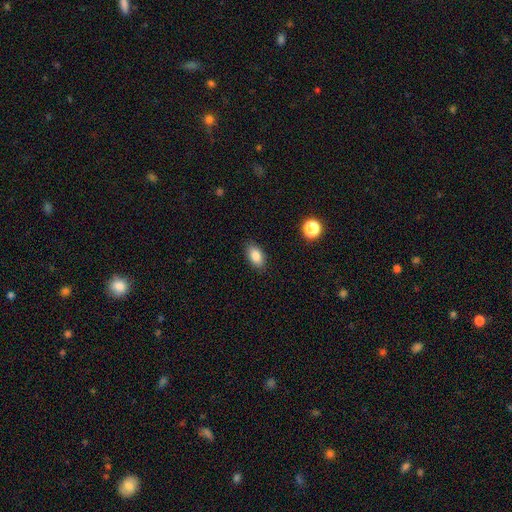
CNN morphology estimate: Smooth or featured? Predicted: smooth (p=0.86). How rounded? Predicted: in between (p=0.91). Merging? Predicted: none (p=0.87).